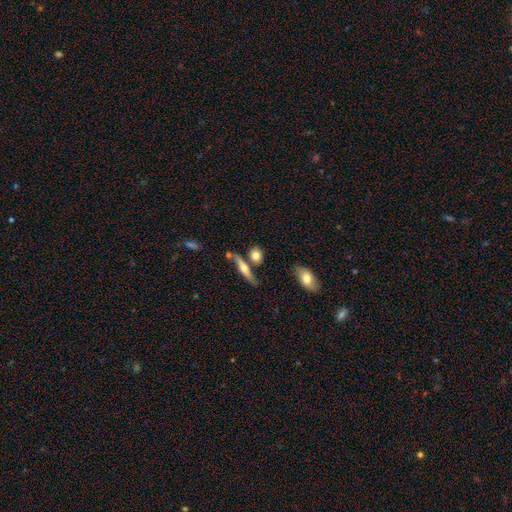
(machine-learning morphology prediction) The model was most divided on "how rounded": round: 38%, in between: 37%, cigar-shaped: 25%. More confident: merging — none (67%); smooth or featured — smooth (64%).